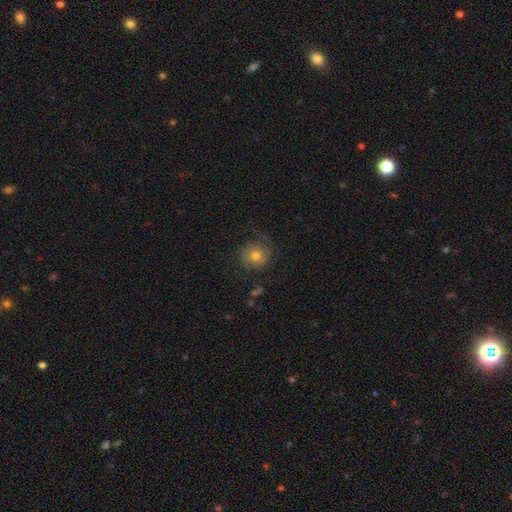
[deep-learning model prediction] Smooth or featured: smooth — 55% (featured or disk — 35%)
How rounded: round — 89% (in between — 10%)
Merging: none — 66% (minor disturbance — 18%)